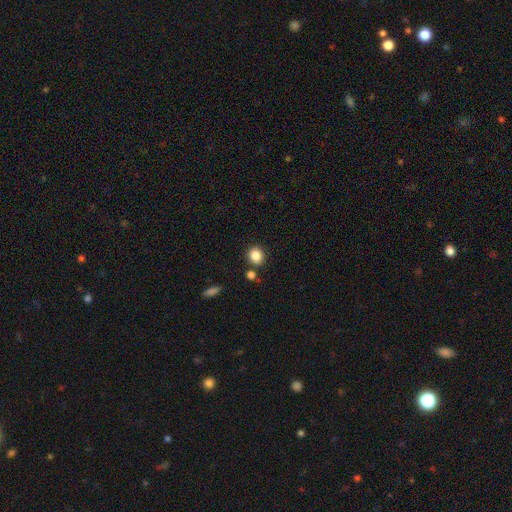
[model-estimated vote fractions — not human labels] The model was most divided on "how rounded": round: 71%, in between: 28%, cigar-shaped: 1%. More confident: smooth or featured — smooth (85%); merging — none (81%).